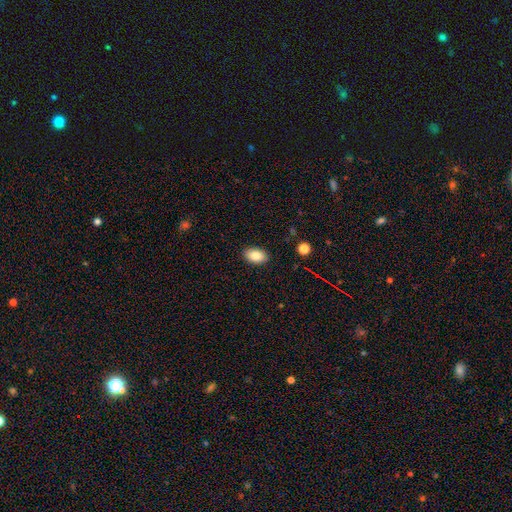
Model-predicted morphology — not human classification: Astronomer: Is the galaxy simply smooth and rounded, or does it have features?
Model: smooth — 85%.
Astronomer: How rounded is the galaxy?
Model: in between — 91%.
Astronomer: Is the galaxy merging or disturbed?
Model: none — 89%.